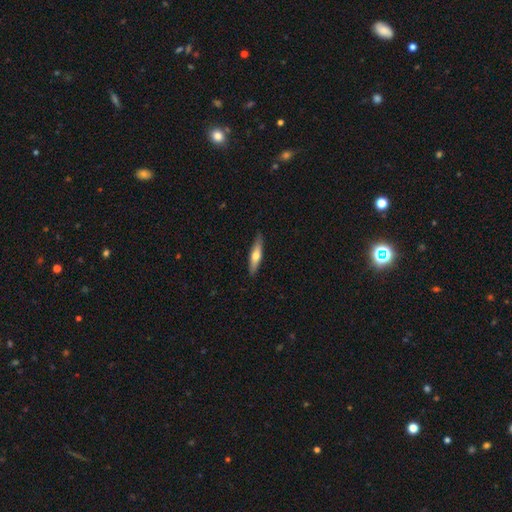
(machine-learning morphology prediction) The model was most divided on "smooth or featured": smooth: 56%, featured or disk: 39%, star or artifact: 5%. More confident: merging — none (88%); how rounded — cigar-shaped (79%).